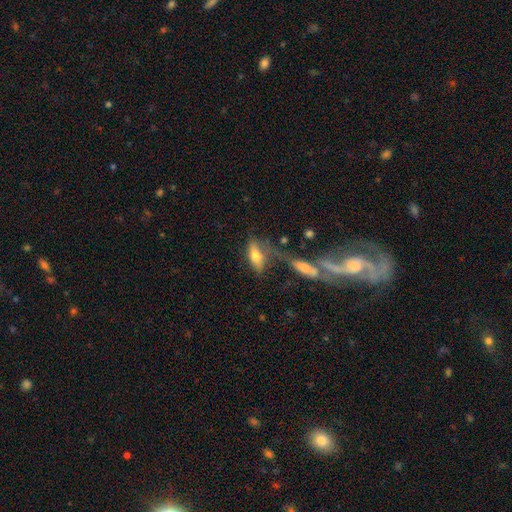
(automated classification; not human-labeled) Overall: smooth (65%; featured or disk 26%). How rounded: in between (72%). Merging: none (42%; merger 27%).